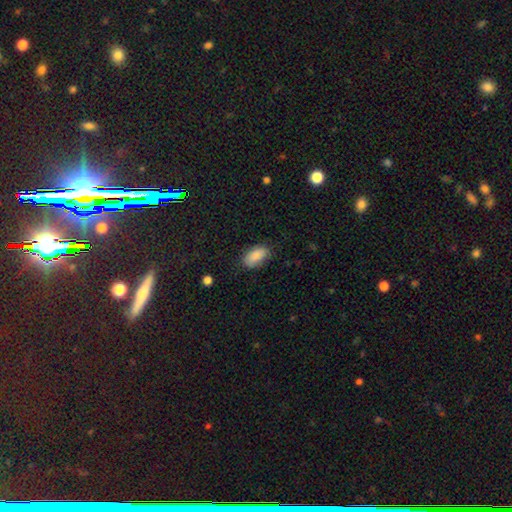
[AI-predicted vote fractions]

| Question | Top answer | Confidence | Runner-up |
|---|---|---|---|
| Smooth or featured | smooth | 89% | star or artifact (7%) |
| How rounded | in between | 93% | cigar-shaped (4%) |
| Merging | none | 81% | minor disturbance (15%) |